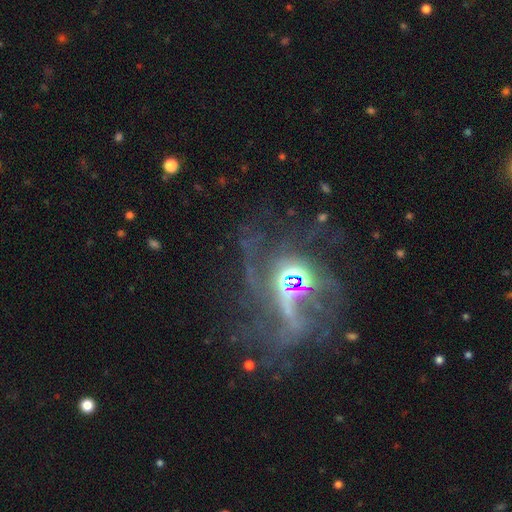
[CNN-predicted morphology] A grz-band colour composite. It shows a featured or disk galaxy (69%) with no bar (55%), spiral arms (51%) and a moderate central bulge (48%). Merging: major disturbance (44%).